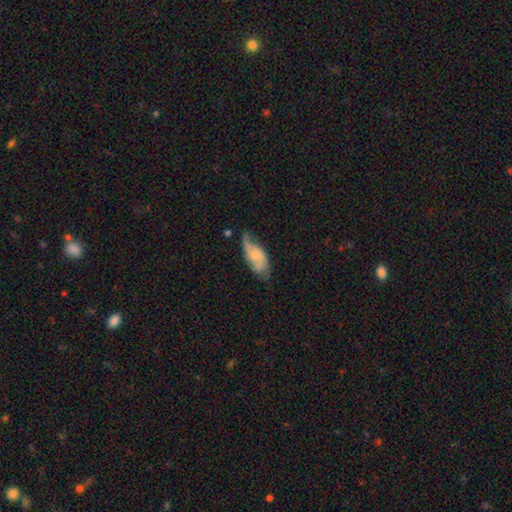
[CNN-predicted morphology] featured or disk 56%, smooth 37%, star or artifact 7%. Down the decision tree: edge-on disk — no (91%); bar — no (55%); spiral arms — yes (83%); bulge size — small (38%); merging — none (44%).